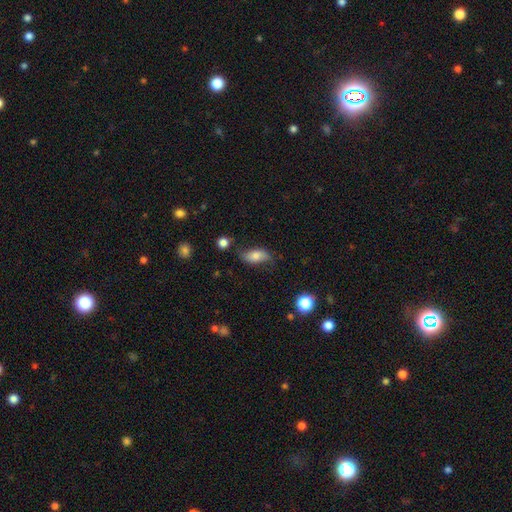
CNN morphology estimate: smooth-or-featured: smooth: 70% | featured or disk: 22% | star or artifact: 8%
  how-rounded: in between: 86% | cigar-shaped: 9% | round: 5%
  merging: none: 66% | minor disturbance: 24% | major disturbance: 7% | merger: 3%